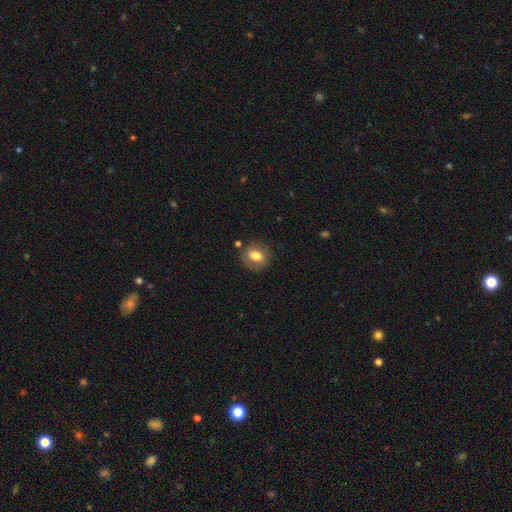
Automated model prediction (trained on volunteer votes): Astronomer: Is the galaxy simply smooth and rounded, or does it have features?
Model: smooth — 76%.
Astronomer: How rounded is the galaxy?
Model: round — 59% (runner-up: in between, 40%).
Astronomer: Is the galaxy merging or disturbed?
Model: none — 81%.